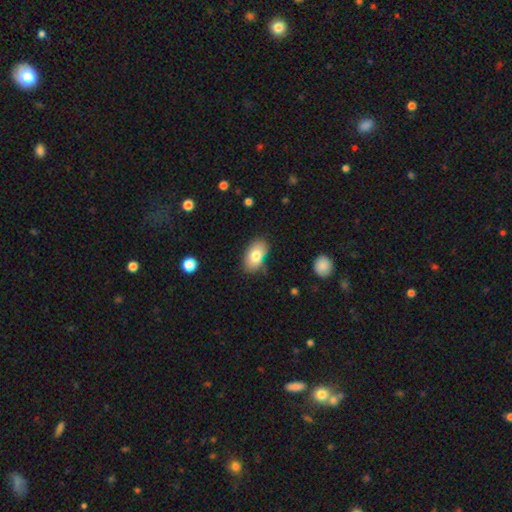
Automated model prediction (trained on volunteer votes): Q: Smooth or featured?
A: smooth (78%); runner-up: featured or disk (15%)
Q: How rounded?
A: in between (92%); runner-up: round (6%)
Q: Merging?
A: none (71%); runner-up: minor disturbance (20%)